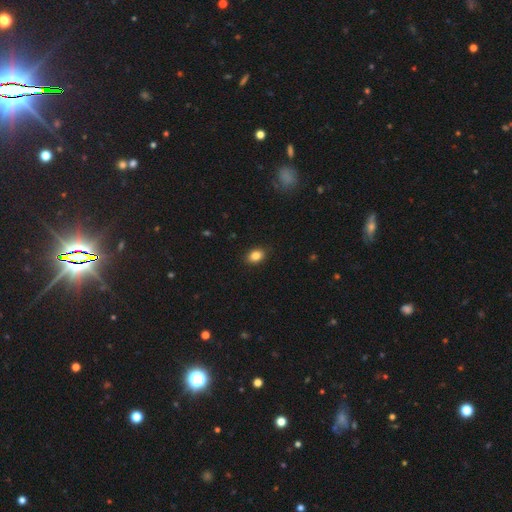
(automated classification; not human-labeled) This appears to be a smooth galaxy with no disk features (86%) that is in between round and cigar-shaped (73%). Merging: none (88%).